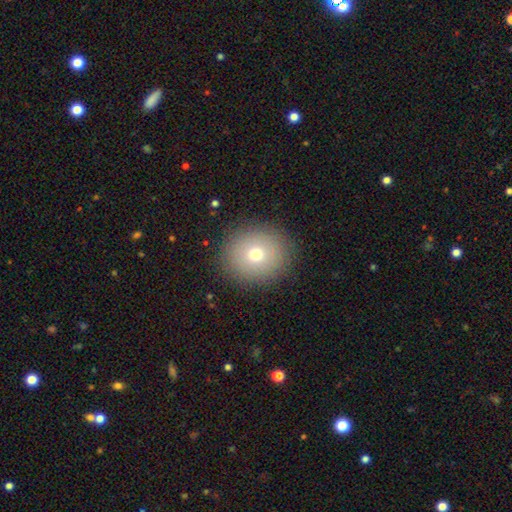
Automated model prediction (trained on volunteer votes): smooth 72%, star or artifact 15%, featured or disk 14%. Down the decision tree: how rounded — round (84%); merging — none (91%).